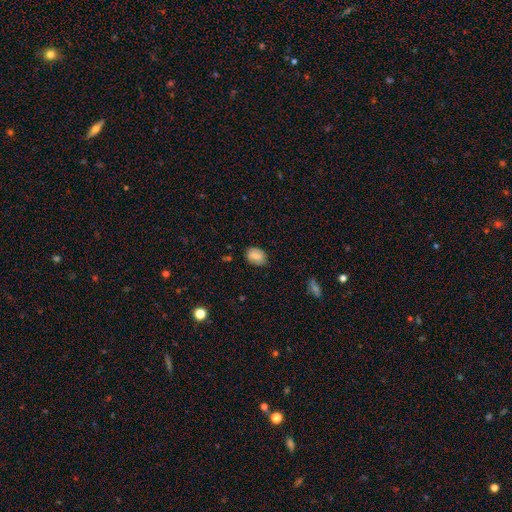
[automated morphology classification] smooth-or-featured: smooth: 80% | featured or disk: 11% | star or artifact: 9%
  how-rounded: in between: 75% | round: 24% | cigar-shaped: 1%
  merging: none: 78% | minor disturbance: 17% | major disturbance: 4% | merger: 1%